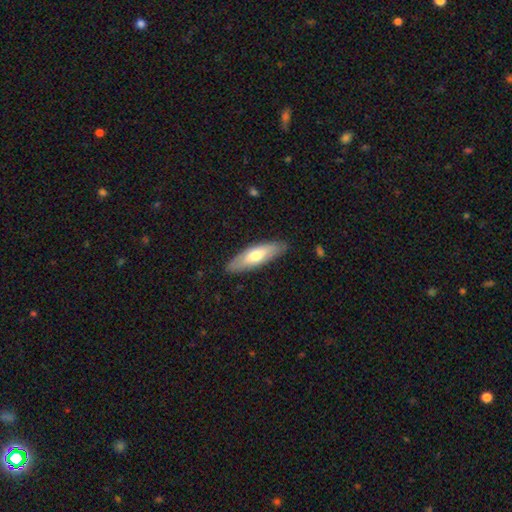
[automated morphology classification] smooth 64%, featured or disk 31%, star or artifact 5%. Down the decision tree: how rounded — cigar-shaped (51%); merging — none (87%).